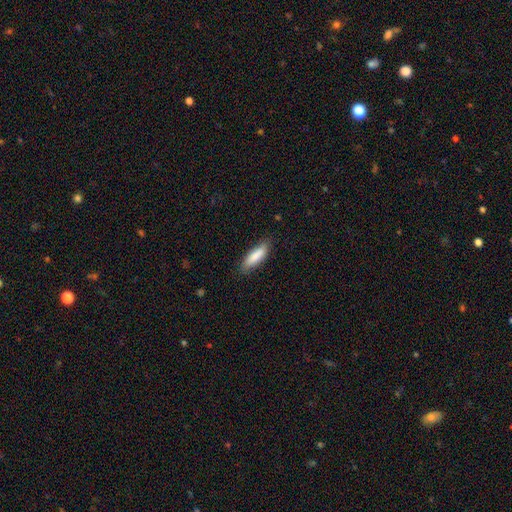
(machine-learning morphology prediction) A smooth galaxy with no disk features (85%) that is cigar-shaped (54%). Merging: none (82%).